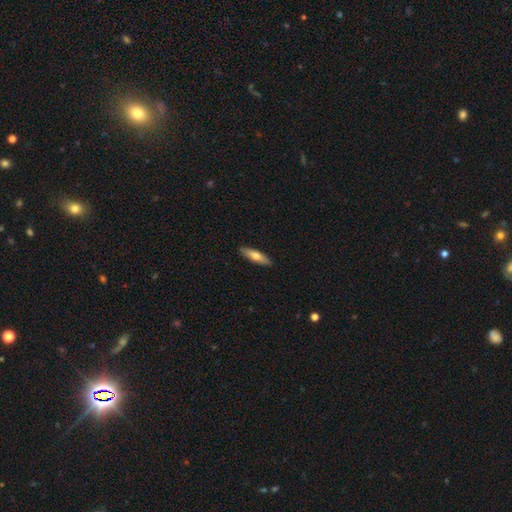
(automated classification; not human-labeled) Morphology: type=smooth (66%); roundness=cigar-shaped (65%); merging=none (90%).